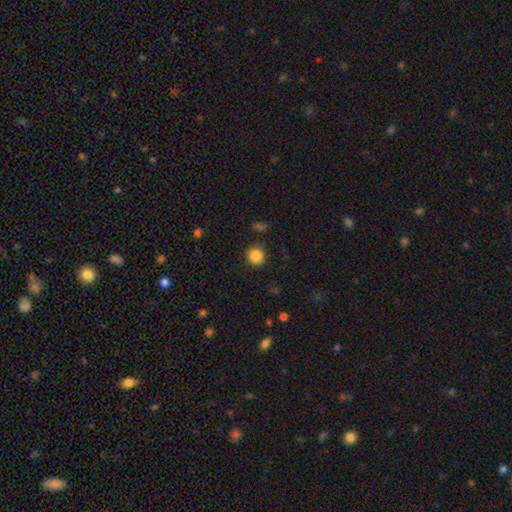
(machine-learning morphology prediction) The model was most divided on "smooth or featured": smooth: 87%, star or artifact: 10%, featured or disk: 4%. More confident: how rounded — round (93%); merging — none (90%).